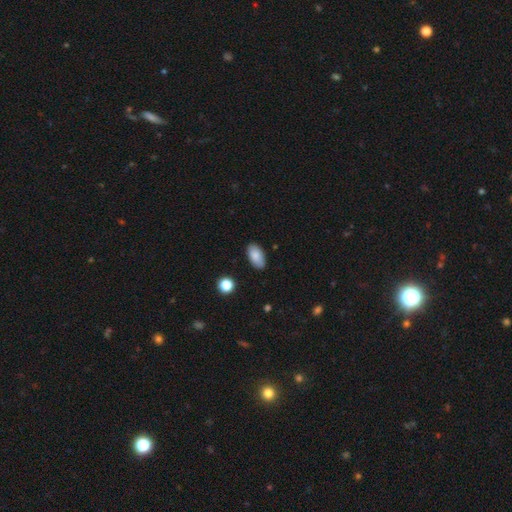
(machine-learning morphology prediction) Q: Smooth or featured?
A: smooth (87%); runner-up: star or artifact (7%)
Q: How rounded?
A: in between (94%); runner-up: round (3%)
Q: Merging?
A: none (86%); runner-up: minor disturbance (10%)